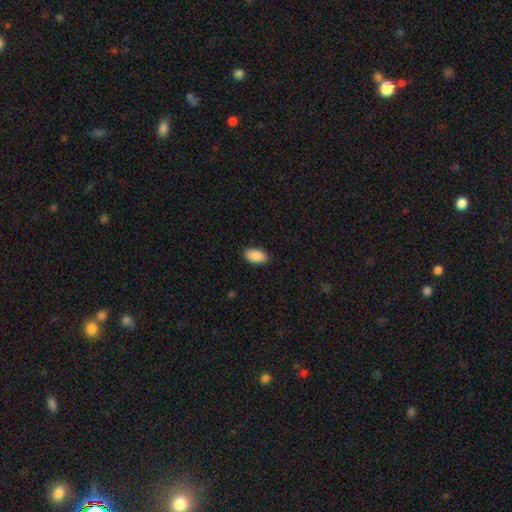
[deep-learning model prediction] This is clearly a smooth galaxy (91%). How rounded: clearly in between (95%). Merging: clearly none (87%).